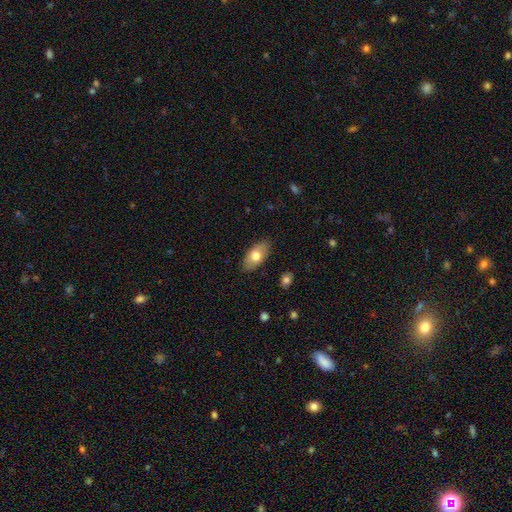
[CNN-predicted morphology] This is likely a smooth galaxy (71%). How rounded: clearly in between (92%). Merging: clearly none (86%).